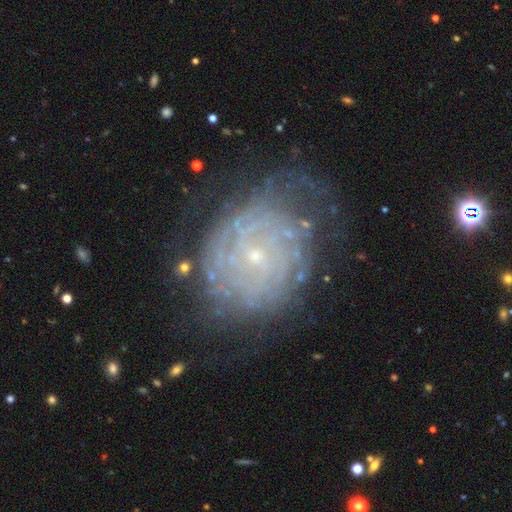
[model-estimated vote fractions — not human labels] smooth_or_featured: featured or disk (p=0.80) [alt: smooth p=0.12]
disk_edge_on: no (p=0.97) [alt: yes p=0.03]
bar: no (p=0.74) [alt: weak p=0.21]
has_spiral_arms: yes (p=0.89) [alt: no p=0.11]
spiral_winding: tight (p=0.77) [alt: medium p=0.17]
spiral_arm_count: can't tell (p=0.50) [alt: more than 4 p=0.13]
bulge_size: small (p=0.86) [alt: moderate p=0.10]
merging: none (p=0.61) [alt: minor disturbance p=0.23]